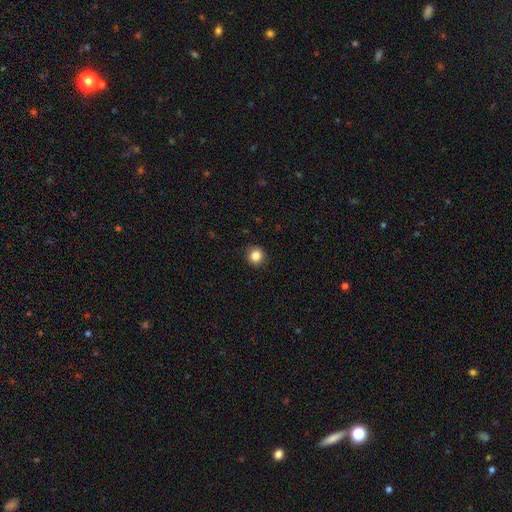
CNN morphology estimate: Smooth or featured: smooth — 85% (star or artifact — 11%)
How rounded: round — 92% (in between — 8%)
Merging: none — 91% (minor disturbance — 6%)